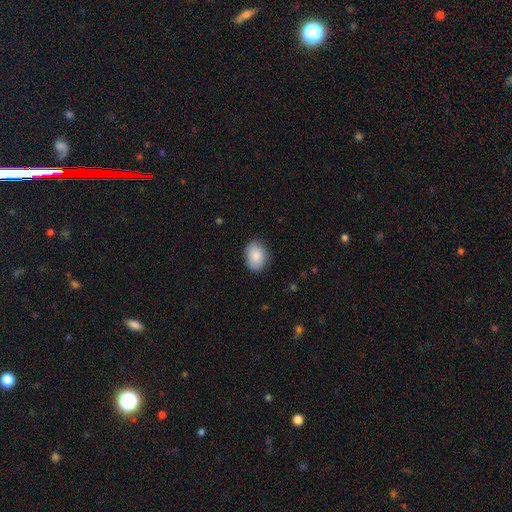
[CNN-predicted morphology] type=smooth (85%); roundness=in between (71%); merging=none (80%).